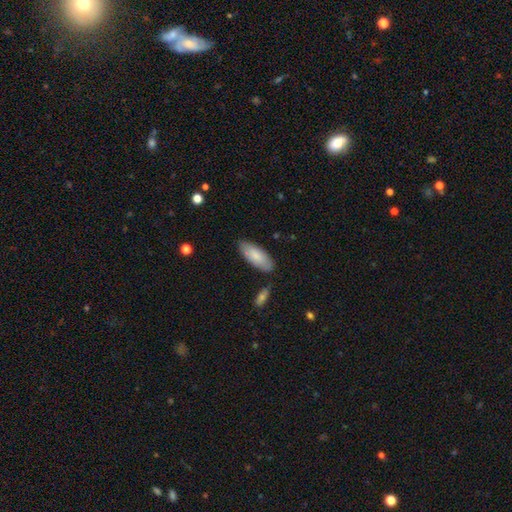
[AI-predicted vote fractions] smooth 82%, featured or disk 12%, star or artifact 5%. Down the decision tree: how rounded — in between (80%); merging — none (80%).